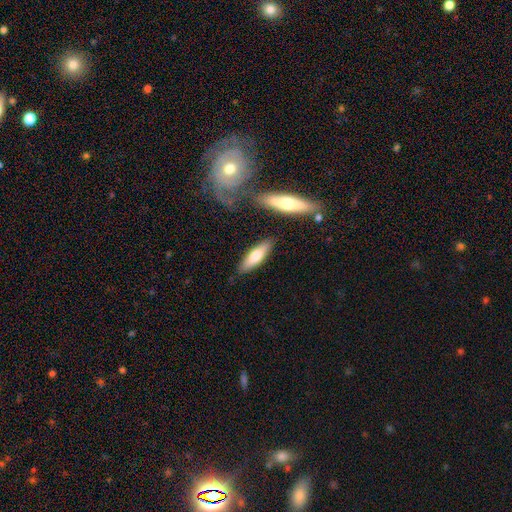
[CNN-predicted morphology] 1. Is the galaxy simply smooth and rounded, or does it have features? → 70% smooth, 24% featured or disk, 5% star or artifact.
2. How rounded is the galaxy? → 57% cigar-shaped, 41% in between, 2% round.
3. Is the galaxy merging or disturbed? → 82% none, 11% minor disturbance, 4% merger, 3% major disturbance.